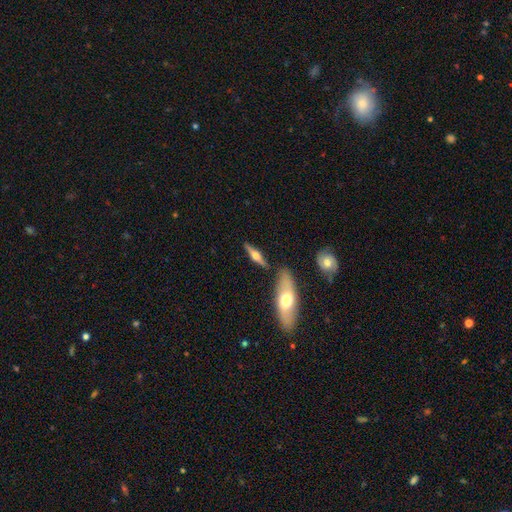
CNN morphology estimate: Smooth or featured? featured or disk (67%)
Edge-on disk? yes (95%)
Edge-on bulge? rounded (94%)
Merging? none (80%)